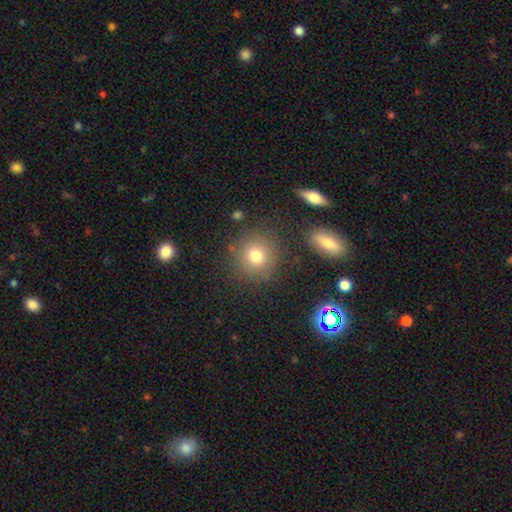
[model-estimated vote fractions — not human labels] Morphology: type=smooth (77%); roundness=round (90%); merging=none (83%).